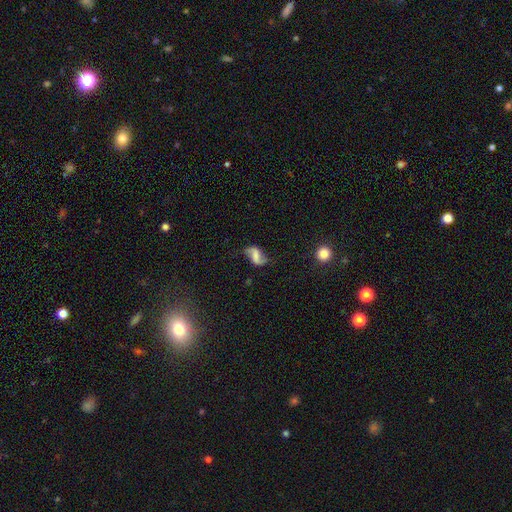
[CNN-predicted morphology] The model was most divided on "bar": weak: 40%, strong: 37%, no: 23%. More confident: edge-on disk — no (97%); spiral arms — yes (93%); spiral arm count — 2 (92%); spiral winding — loose (75%); smooth or featured — featured or disk (74%); merging — none (71%); bulge size — none (54%).